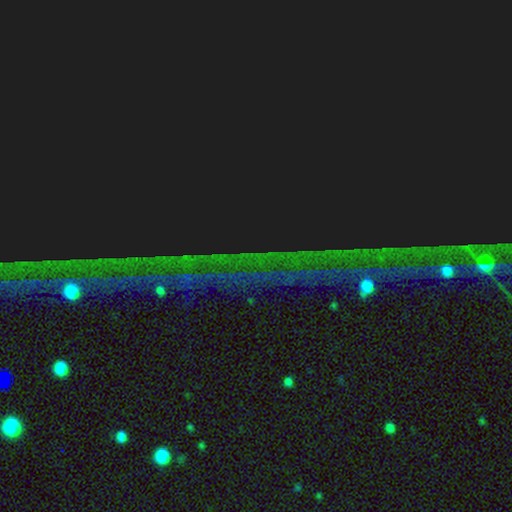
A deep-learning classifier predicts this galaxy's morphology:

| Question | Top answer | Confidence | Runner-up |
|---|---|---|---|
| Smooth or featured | star or artifact | 87% | featured or disk (7%) |